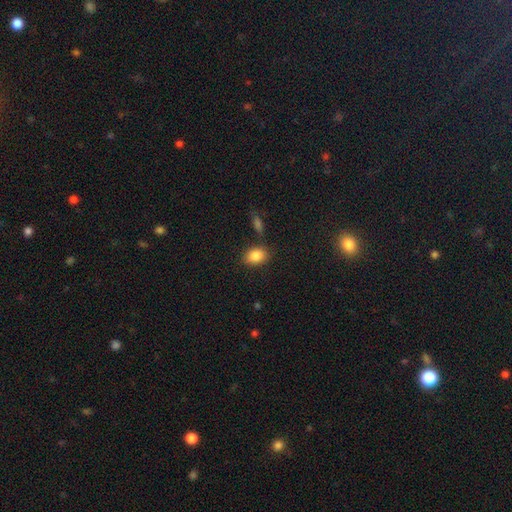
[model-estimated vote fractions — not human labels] Smooth or featured? smooth (86%)
How rounded? in between (74%)
Merging? none (78%)